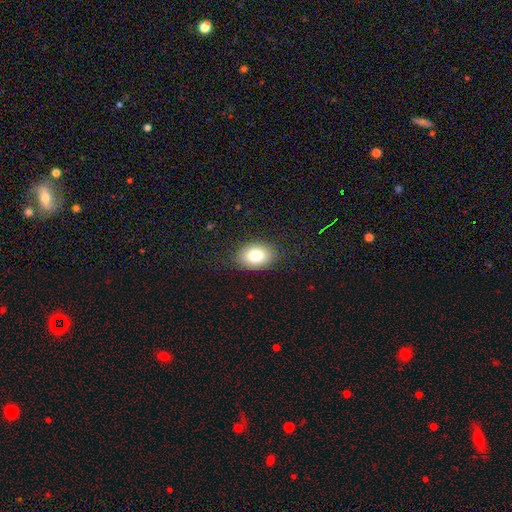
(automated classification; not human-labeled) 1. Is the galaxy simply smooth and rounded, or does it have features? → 80% smooth, 11% featured or disk, 9% star or artifact.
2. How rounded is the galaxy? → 81% in between, 17% round, 1% cigar-shaped.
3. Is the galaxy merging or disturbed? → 86% none, 10% minor disturbance, 3% major disturbance, 1% merger.